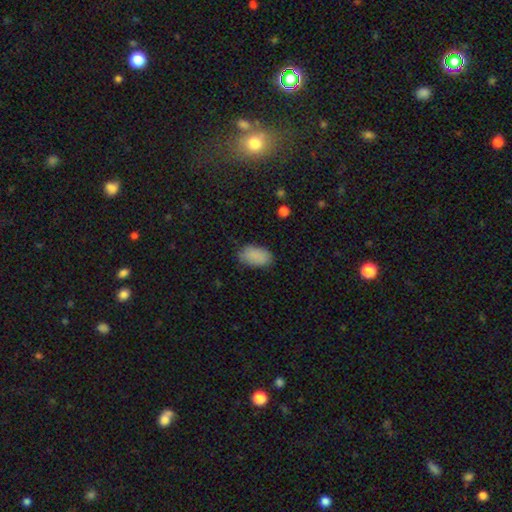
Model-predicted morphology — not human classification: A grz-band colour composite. It shows a smooth galaxy with no disk features (88%) that is in between round and cigar-shaped (93%). Merging: none (79%).